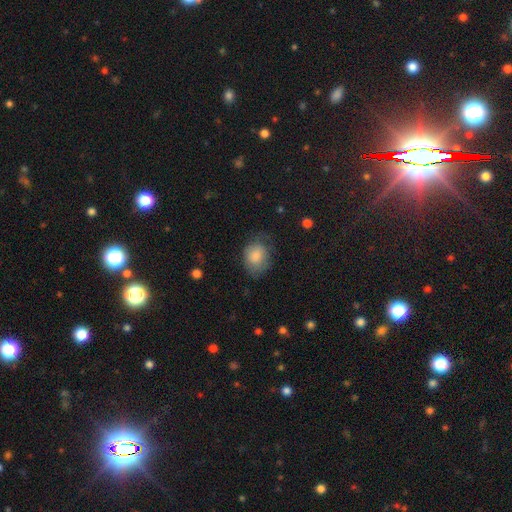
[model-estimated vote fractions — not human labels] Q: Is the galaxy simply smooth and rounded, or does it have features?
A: smooth — 82%.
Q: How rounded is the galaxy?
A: round — 50%.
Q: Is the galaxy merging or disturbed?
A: none — 56%.